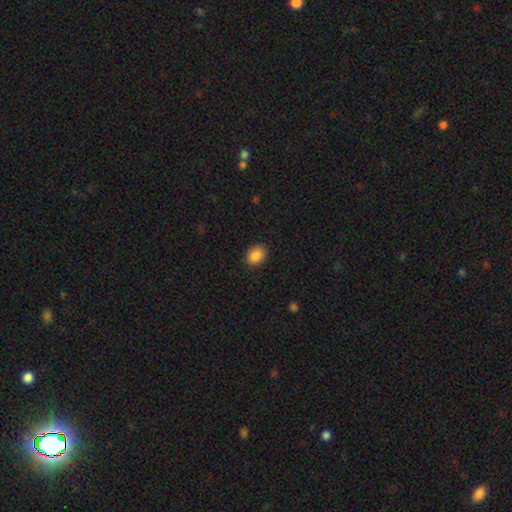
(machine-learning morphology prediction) smooth_or_featured: smooth (p=0.88) [alt: star or artifact p=0.08]
how_rounded: in between (p=0.66) [alt: round p=0.34]
merging: none (p=0.88) [alt: minor disturbance p=0.09]